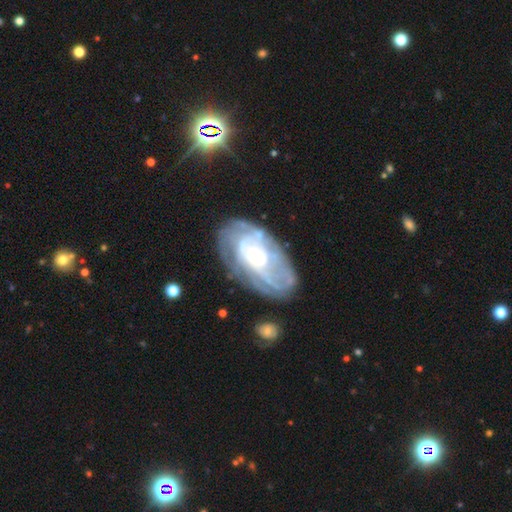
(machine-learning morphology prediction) A featured or disk galaxy (77%) with no bar (79%), tight (64%) spiral arms (83%) and a small central bulge (76%). Merging: none (66%).